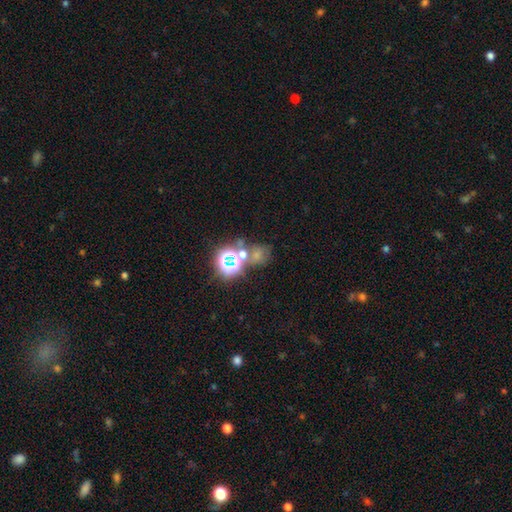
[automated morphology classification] A star or artifact, not a galaxy (45%).